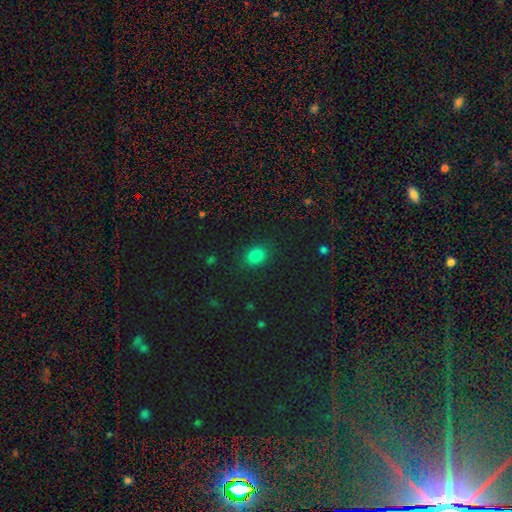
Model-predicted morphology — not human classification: A smooth galaxy with no disk features (79%) that is round (52%).

Vote fractions:
- Smooth or featured? smooth: 79% / star or artifact: 16% / featured or disk: 5%
- How rounded? round: 52% / in between: 46% / cigar-shaped: 1%
- Merging? none: 86% / minor disturbance: 9% / major disturbance: 3% / merger: 1%